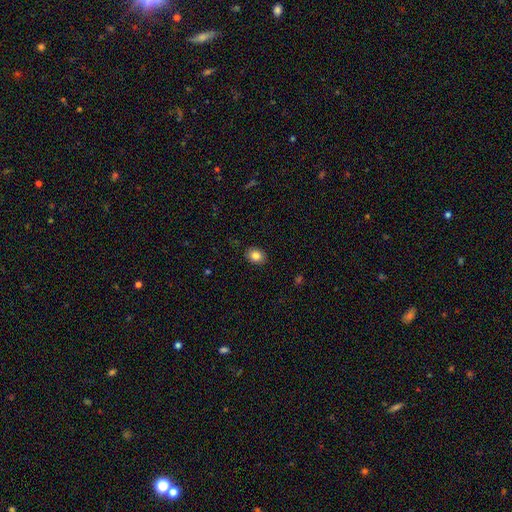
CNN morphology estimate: A smooth galaxy with no disk features (83%) that is in between round and cigar-shaped (57%). Merging: none (89%).